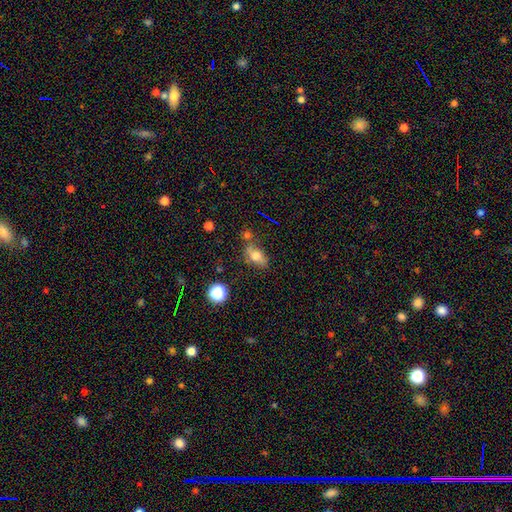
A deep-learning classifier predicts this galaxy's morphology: Overall: smooth (67%). How rounded: in between (76%). Merging: none (52%; minor disturbance 21%).